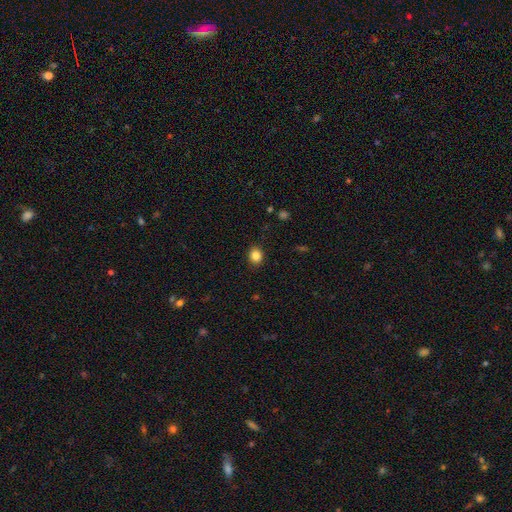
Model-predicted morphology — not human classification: Smooth or featured?
  - smooth: 85% *
  - star or artifact: 10%
  - featured or disk: 5%
How rounded?
  - round: 66% *
  - in between: 33%
  - cigar-shaped: 1%
Merging?
  - none: 90% *
  - minor disturbance: 7%
  - major disturbance: 2%
  - merger: 1%